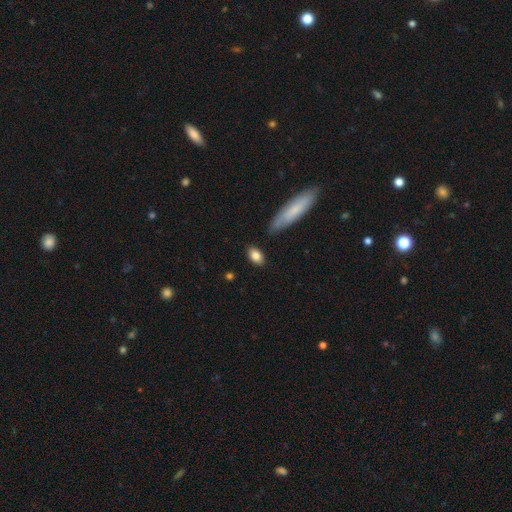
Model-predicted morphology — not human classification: Q: Smooth or featured?
A: smooth (83%); runner-up: featured or disk (10%)
Q: How rounded?
A: in between (87%); runner-up: round (8%)
Q: Merging?
A: none (83%); runner-up: minor disturbance (12%)